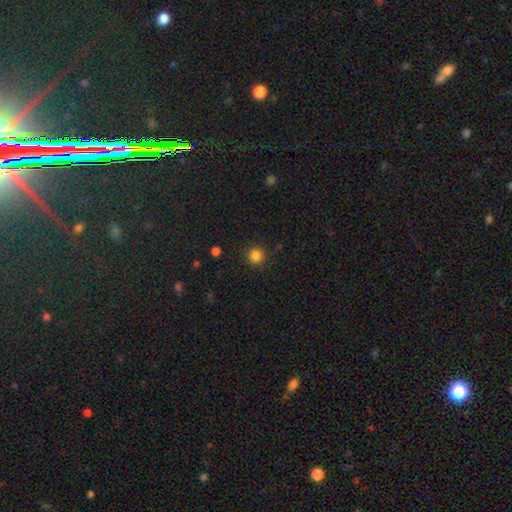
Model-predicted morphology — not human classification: Q: Smooth or featured?
A: smooth (85%); runner-up: star or artifact (12%)
Q: How rounded?
A: round (95%); runner-up: in between (5%)
Q: Merging?
A: none (90%); runner-up: minor disturbance (7%)